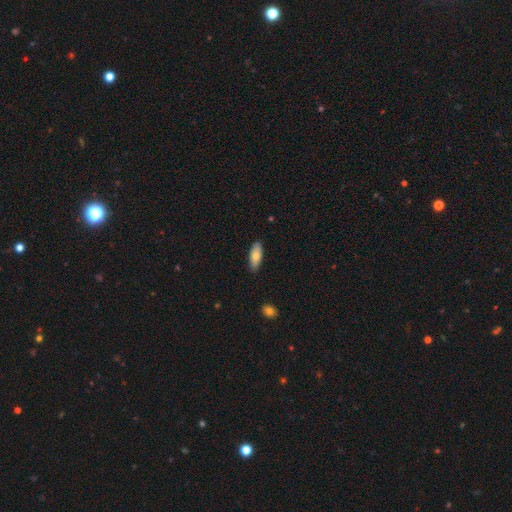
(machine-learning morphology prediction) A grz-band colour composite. It shows a smooth galaxy with no disk features (74%) that is in between round and cigar-shaped (72%). Merging: none (87%).